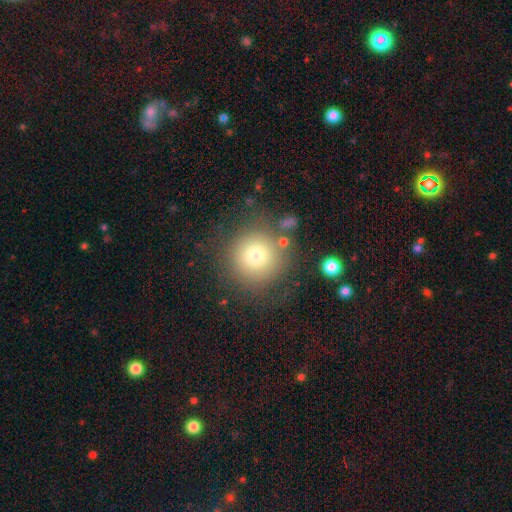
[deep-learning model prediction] This appears to be a smooth galaxy with no disk features (74%) that is round (95%). Merging: none (77%).